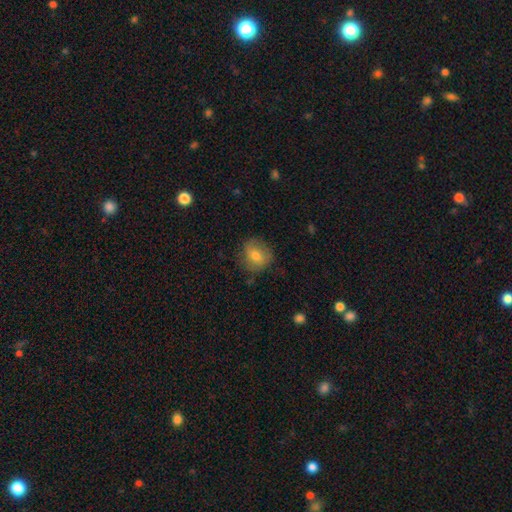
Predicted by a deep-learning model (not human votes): A smooth galaxy with no disk features (70%) that is round (77%). Merging: none (71%).